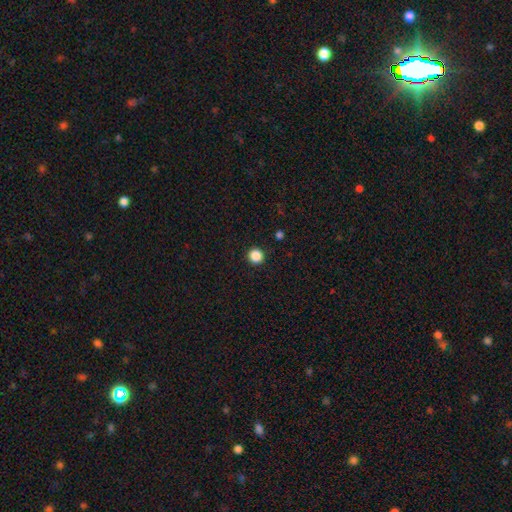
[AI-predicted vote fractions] Q: Smooth or featured?
A: smooth (86%); runner-up: star or artifact (11%)
Q: How rounded?
A: round (95%); runner-up: in between (4%)
Q: Merging?
A: none (93%); runner-up: minor disturbance (4%)